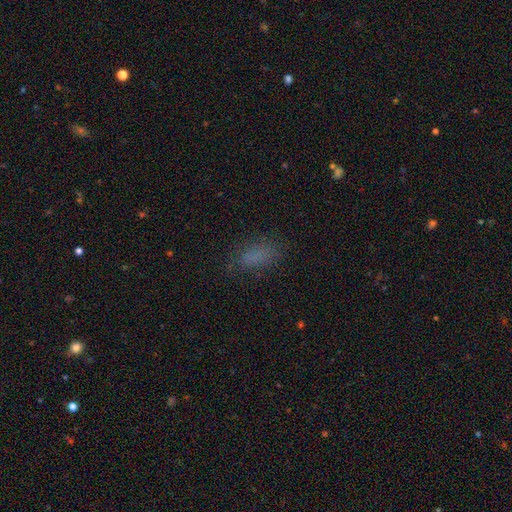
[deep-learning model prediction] This appears to be a smooth galaxy with no disk features (76%) that is in between round and cigar-shaped (83%). Merging: none (71%).